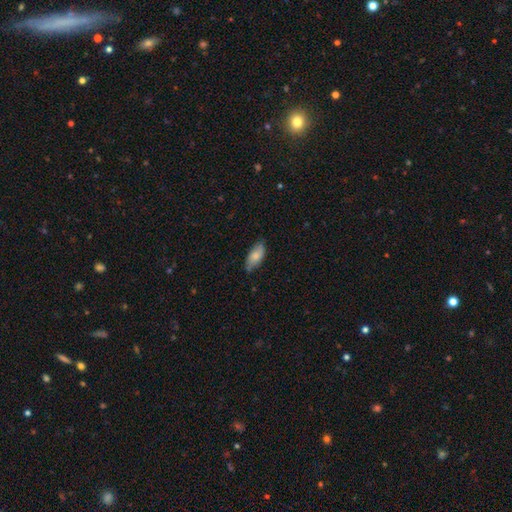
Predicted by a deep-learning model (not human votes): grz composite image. It shows a smooth galaxy with no disk features (76%) that is in between round and cigar-shaped (90%). Merging: none (73%).